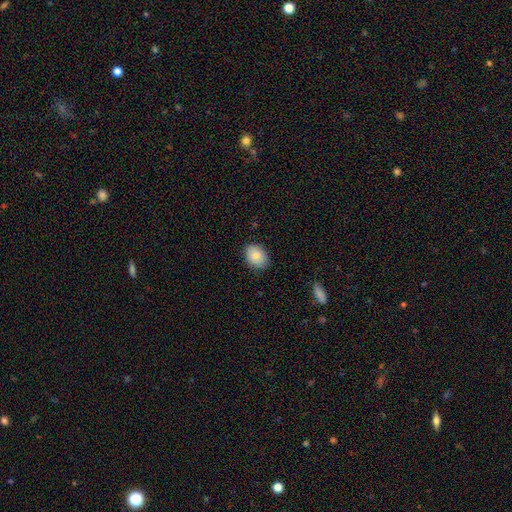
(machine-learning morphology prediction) A smooth galaxy with no disk features (83%) that is in between round and cigar-shaped (69%).

Vote fractions:
- Smooth or featured? smooth: 83% / featured or disk: 10% / star or artifact: 7%
- How rounded? in between: 69% / round: 30% / cigar-shaped: 1%
- Merging? none: 85% / minor disturbance: 12% / major disturbance: 2% / merger: 1%